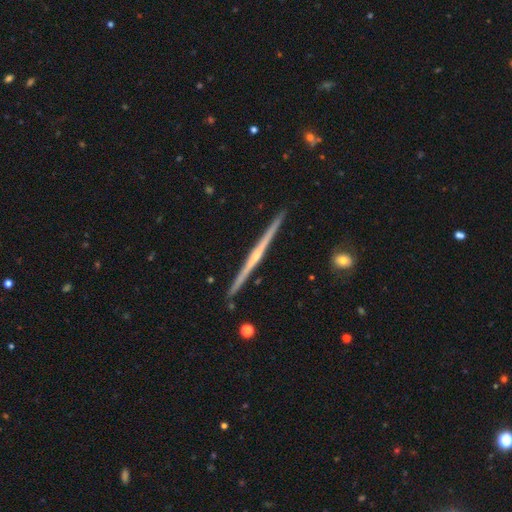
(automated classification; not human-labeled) featured or disk 81%, smooth 13%, star or artifact 5%. Down the decision tree: edge-on disk — yes (99%); edge-on bulge — rounded (59%); merging — none (91%).